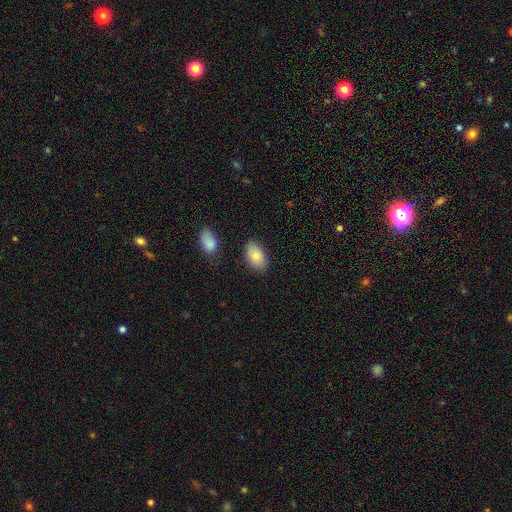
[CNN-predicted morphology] Q: Smooth or featured?
A: smooth (84%); runner-up: featured or disk (9%)
Q: How rounded?
A: in between (92%); runner-up: round (6%)
Q: Merging?
A: none (80%); runner-up: minor disturbance (13%)